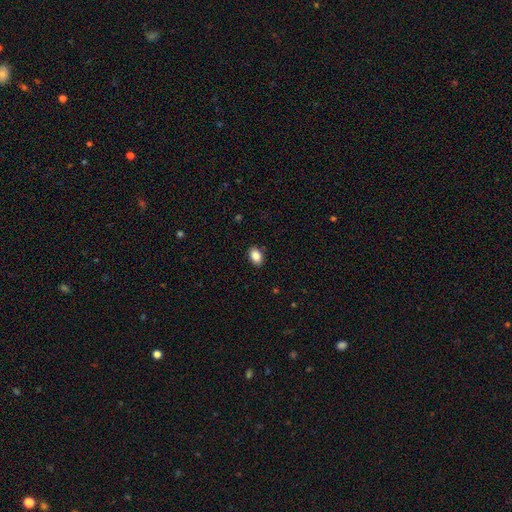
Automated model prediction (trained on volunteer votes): Q: Smooth or featured?
A: smooth (87%); runner-up: star or artifact (8%)
Q: How rounded?
A: in between (83%); runner-up: round (16%)
Q: Merging?
A: none (88%); runner-up: minor disturbance (9%)